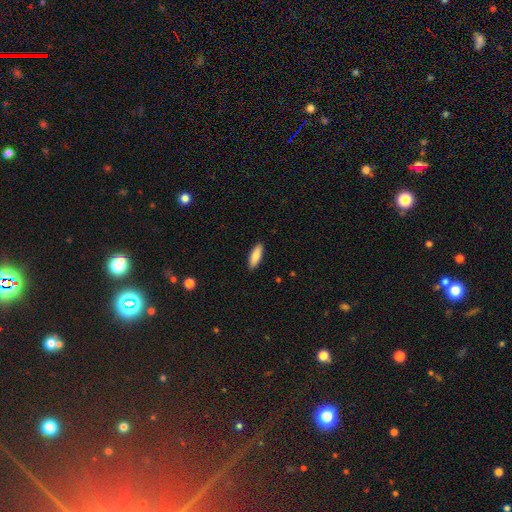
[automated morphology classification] Overall: smooth (86%). How rounded: in between (60%; cigar-shaped 38%). Merging: none (90%).